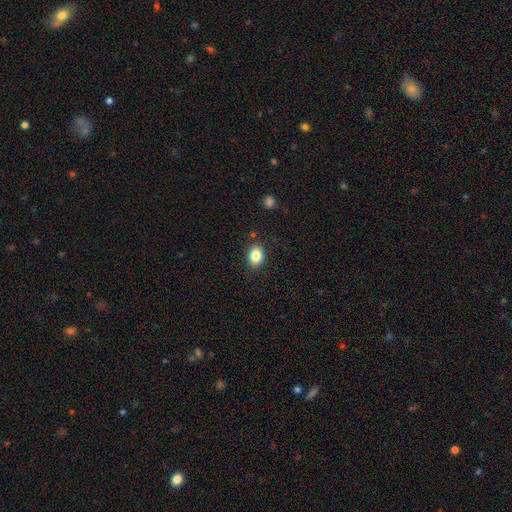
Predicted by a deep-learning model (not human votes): smooth 85%, star or artifact 9%, featured or disk 6%. Down the decision tree: how rounded — in between (71%); merging — none (86%).